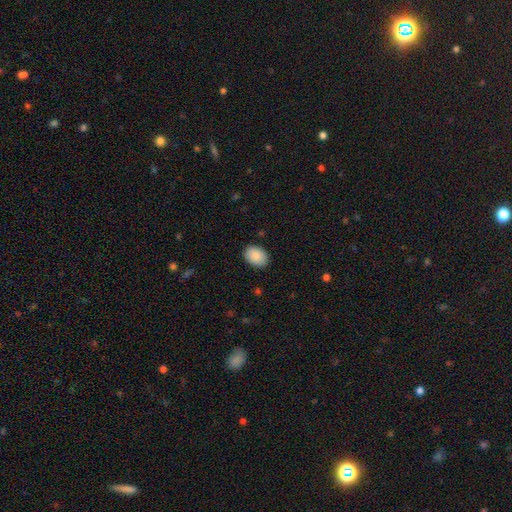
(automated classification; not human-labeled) smooth-or-featured: smooth: 88% | star or artifact: 6% | featured or disk: 5%
  how-rounded: in between: 76% | round: 23% | cigar-shaped: 1%
  merging: none: 88% | minor disturbance: 9% | major disturbance: 2% | merger: 1%